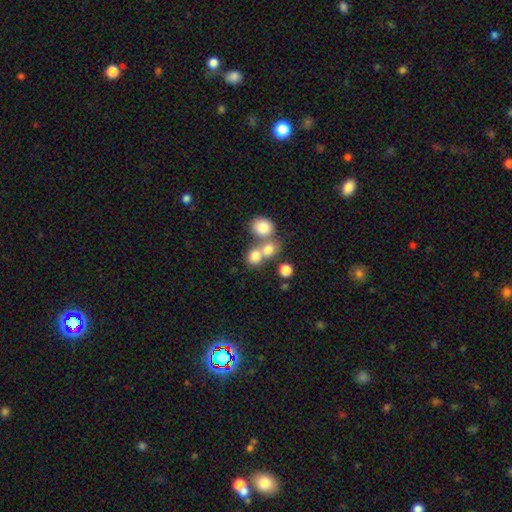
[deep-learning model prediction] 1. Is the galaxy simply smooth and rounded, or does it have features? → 76% smooth, 12% star or artifact, 11% featured or disk.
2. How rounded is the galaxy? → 74% round, 25% in between, 1% cigar-shaped.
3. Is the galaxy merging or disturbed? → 49% merger, 40% none, 7% minor disturbance, 4% major disturbance.